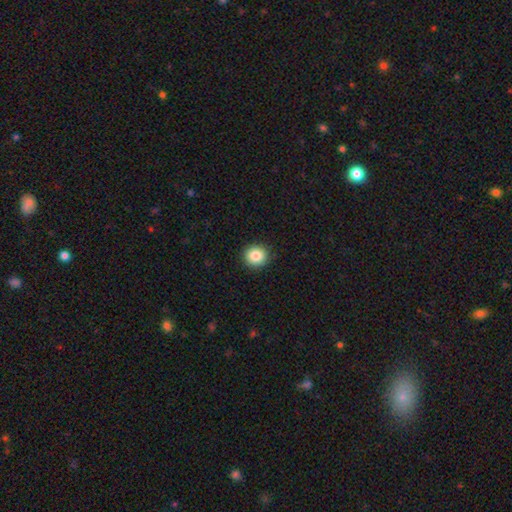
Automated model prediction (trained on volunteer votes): Q: Smooth or featured?
A: smooth (85%); runner-up: star or artifact (10%)
Q: How rounded?
A: round (90%); runner-up: in between (9%)
Q: Merging?
A: none (92%); runner-up: minor disturbance (6%)